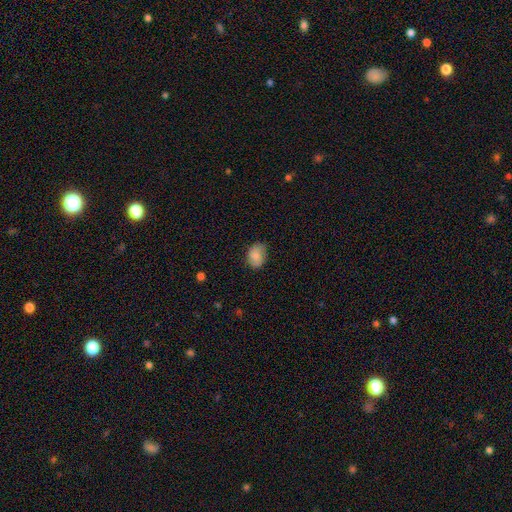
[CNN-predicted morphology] smooth-or-featured: smooth: 83% | featured or disk: 9% | star or artifact: 8%
  how-rounded: in between: 72% | round: 27% | cigar-shaped: 1%
  merging: none: 71% | minor disturbance: 23% | major disturbance: 5% | merger: 1%